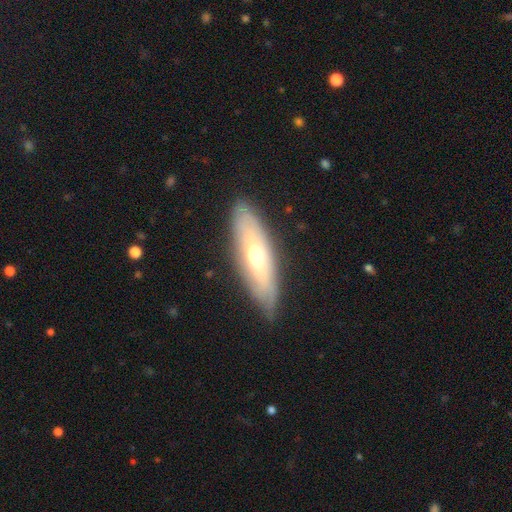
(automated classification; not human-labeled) Smooth or featured? featured or disk (49%)
Merging? none (82%)